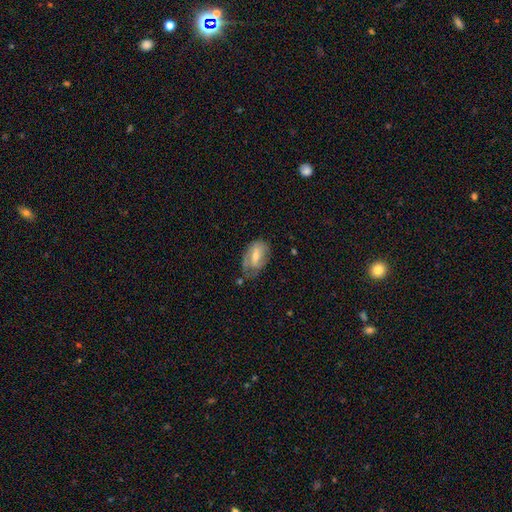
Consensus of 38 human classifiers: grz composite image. It shows a featured or disk galaxy (53%) with a weak bar (50%), 2 (33%, tied with can't tell) medium (50%) spiral arms (67%) and a moderate central bulge (61%). Merging: none (57%).